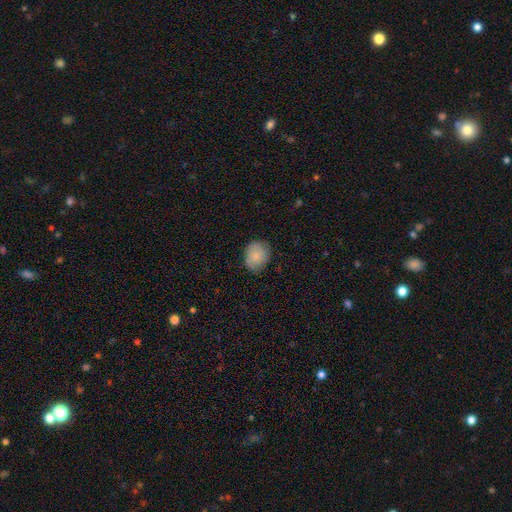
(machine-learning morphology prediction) Smooth or featured?
  - smooth: 79% *
  - featured or disk: 14%
  - star or artifact: 7%
How rounded?
  - round: 52% *
  - in between: 47%
  - cigar-shaped: 1%
Merging?
  - none: 72% *
  - minor disturbance: 23%
  - major disturbance: 5%
  - merger: 1%